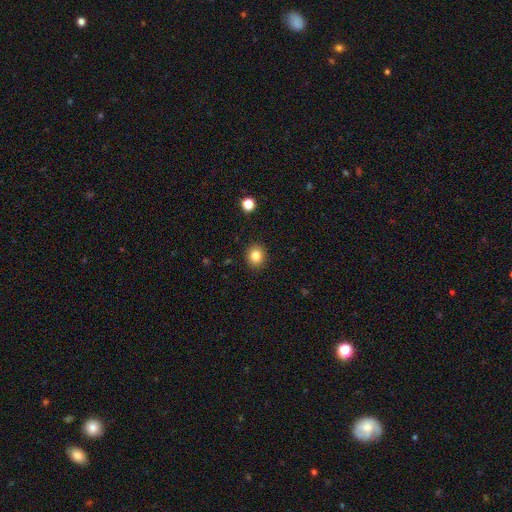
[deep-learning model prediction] This appears to be a smooth galaxy with no disk features (82%) that is round (76%). Merging: none (91%).